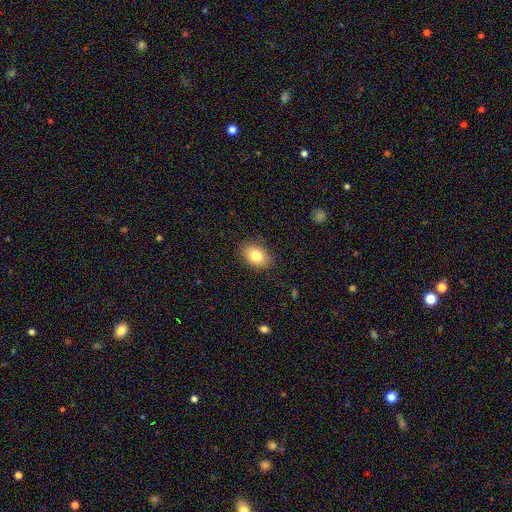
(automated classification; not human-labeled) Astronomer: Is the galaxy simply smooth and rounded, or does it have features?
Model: smooth — 81%.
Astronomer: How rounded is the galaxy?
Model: in between — 78%.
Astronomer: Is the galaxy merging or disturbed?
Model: none — 86%.